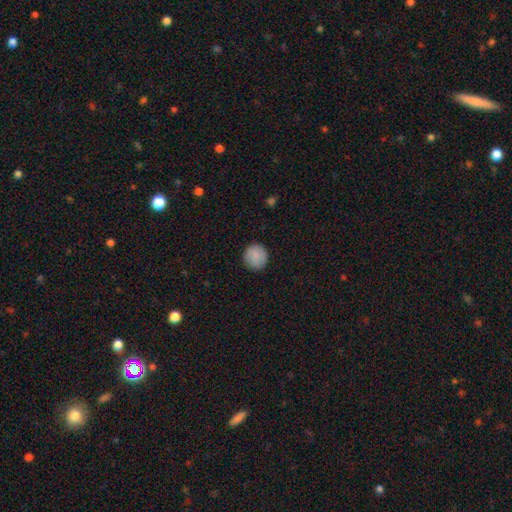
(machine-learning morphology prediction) A smooth galaxy with no disk features (88%) that is round (93%).

Vote fractions:
- Smooth or featured? smooth: 88% / star or artifact: 7% / featured or disk: 4%
- How rounded? round: 93% / in between: 6% / cigar-shaped: 1%
- Merging? none: 90% / minor disturbance: 7% / major disturbance: 2% / merger: 1%